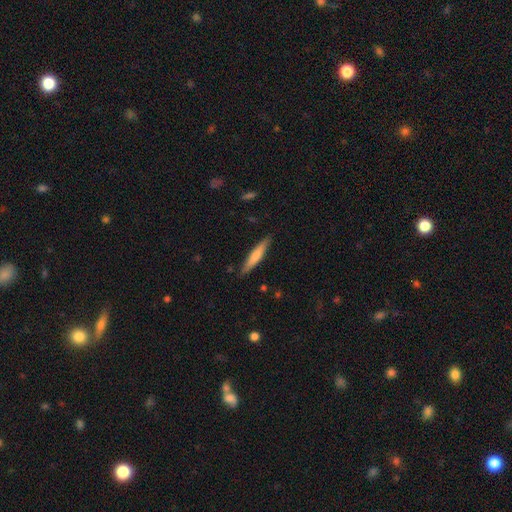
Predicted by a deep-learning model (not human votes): Smooth or featured? smooth (65%)
How rounded? cigar-shaped (90%)
Merging? none (88%)